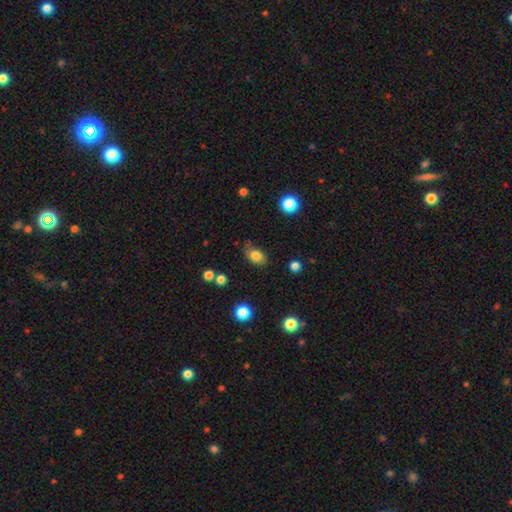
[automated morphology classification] This is likely a smooth galaxy (79%). How rounded: likely in between (77%). Merging: likely none (67%).